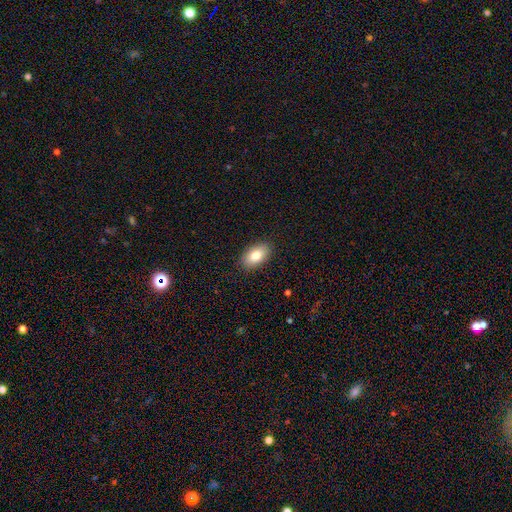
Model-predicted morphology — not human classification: Overall: smooth (83%). How rounded: in between (93%). Merging: none (89%).